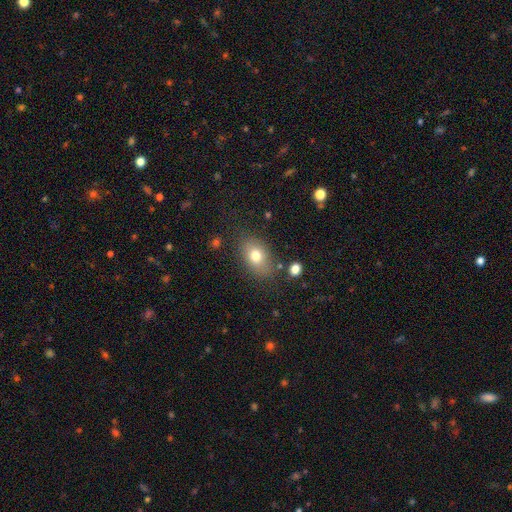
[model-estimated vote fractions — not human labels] Overall: smooth (76%). How rounded: in between (81%). Merging: none (77%).